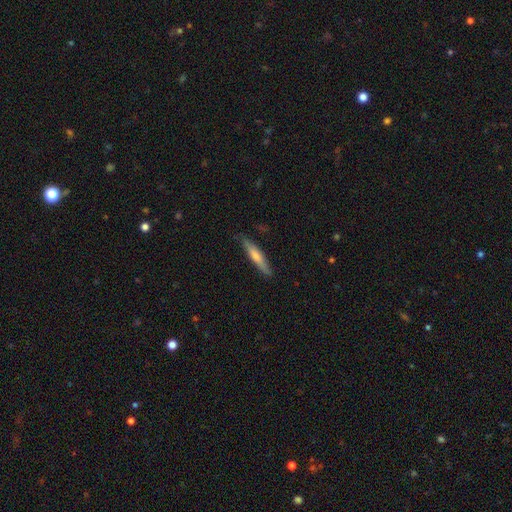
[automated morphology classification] smooth 56%, featured or disk 39%, star or artifact 6%. Down the decision tree: how rounded — cigar-shaped (91%); merging — none (84%).